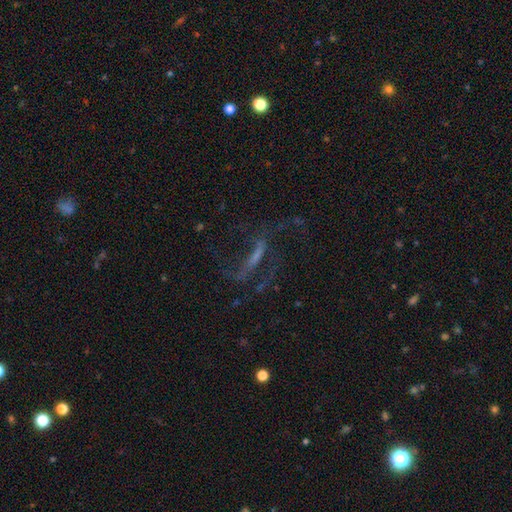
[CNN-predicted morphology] Smooth or featured? Predicted: featured or disk (p=0.64). Edge-on disk? Predicted: no (p=0.72). Merging? Predicted: none (p=0.52).